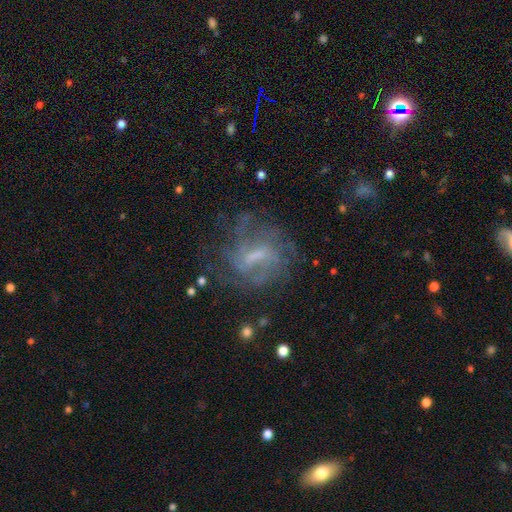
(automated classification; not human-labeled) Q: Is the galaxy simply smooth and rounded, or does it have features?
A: featured or disk — 73%.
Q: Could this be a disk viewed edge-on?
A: no — 96%.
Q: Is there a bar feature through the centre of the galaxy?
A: weak — 55%.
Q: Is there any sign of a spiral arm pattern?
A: yes — 76%.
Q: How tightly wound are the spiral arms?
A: medium — 40%.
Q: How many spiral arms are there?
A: can't tell — 52%.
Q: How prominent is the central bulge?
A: small — 39%.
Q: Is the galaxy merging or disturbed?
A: none — 61%.